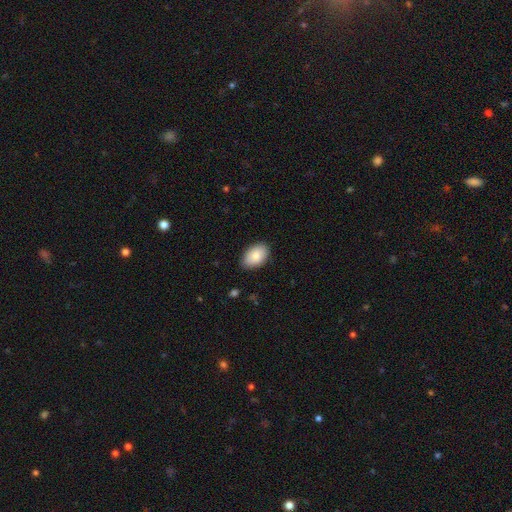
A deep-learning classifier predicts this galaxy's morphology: Smooth or featured?
  - smooth: 86% *
  - featured or disk: 8%
  - star or artifact: 6%
How rounded?
  - in between: 92% *
  - round: 7%
  - cigar-shaped: 1%
Merging?
  - none: 86% *
  - minor disturbance: 11%
  - major disturbance: 2%
  - merger: 1%